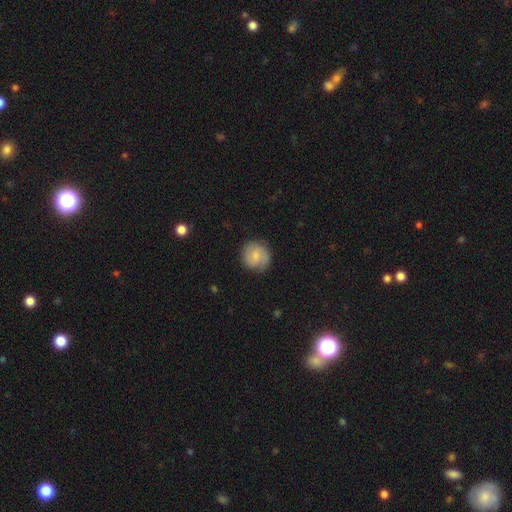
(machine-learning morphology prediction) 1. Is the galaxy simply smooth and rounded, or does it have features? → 68% smooth, 25% featured or disk, 7% star or artifact.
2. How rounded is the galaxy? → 89% round, 10% in between, 1% cigar-shaped.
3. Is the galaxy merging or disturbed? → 80% none, 15% minor disturbance, 4% major disturbance, 1% merger.